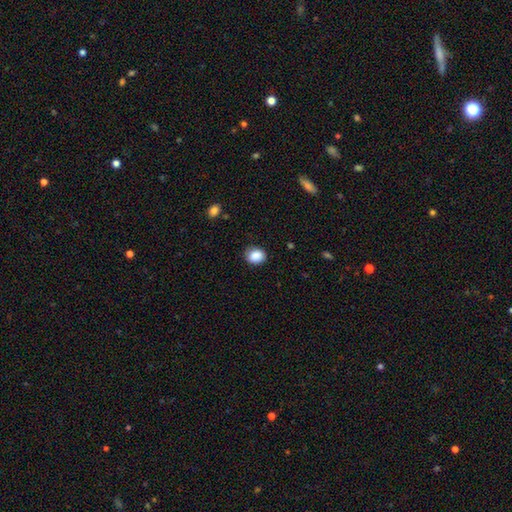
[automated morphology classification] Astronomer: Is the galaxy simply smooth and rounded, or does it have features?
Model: smooth — 88%.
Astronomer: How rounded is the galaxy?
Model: round — 59% (runner-up: in between, 40%).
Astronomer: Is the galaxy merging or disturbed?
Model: none — 80%.